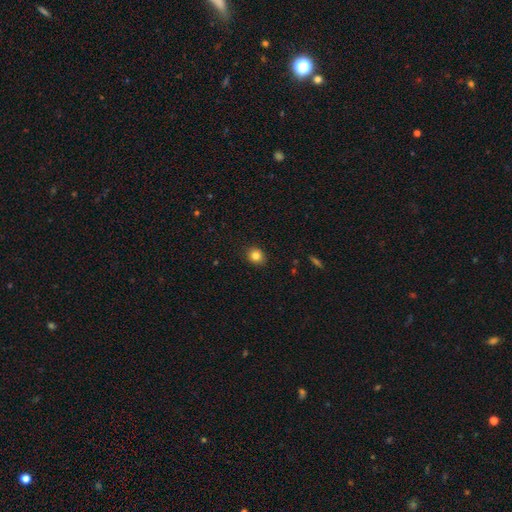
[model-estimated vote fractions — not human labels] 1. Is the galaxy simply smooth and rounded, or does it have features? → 83% smooth, 11% star or artifact, 6% featured or disk.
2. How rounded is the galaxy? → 74% round, 25% in between, 1% cigar-shaped.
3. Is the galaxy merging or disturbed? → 90% none, 8% minor disturbance, 2% major disturbance, 1% merger.